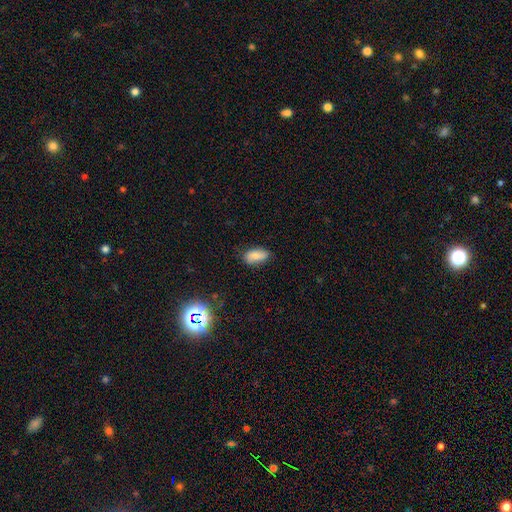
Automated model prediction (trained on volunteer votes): smooth 79%, featured or disk 12%, star or artifact 9%. Down the decision tree: how rounded — in between (92%); merging — none (72%).